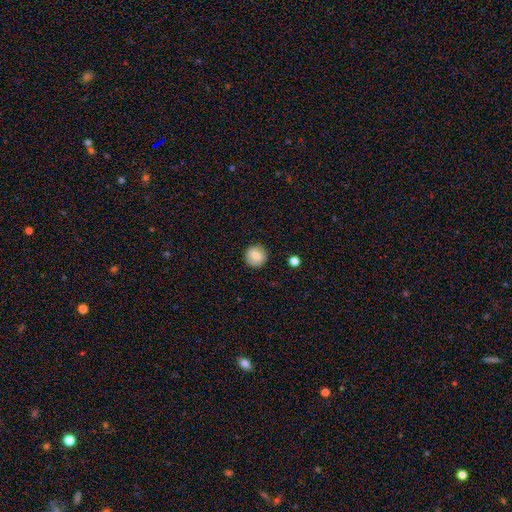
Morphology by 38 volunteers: Q: Smooth or featured?
A: smooth (97%); runner-up: star or artifact (3%)
Q: How rounded?
A: round (100%)
Q: Merging?
A: none (92%); runner-up: minor disturbance (8%)